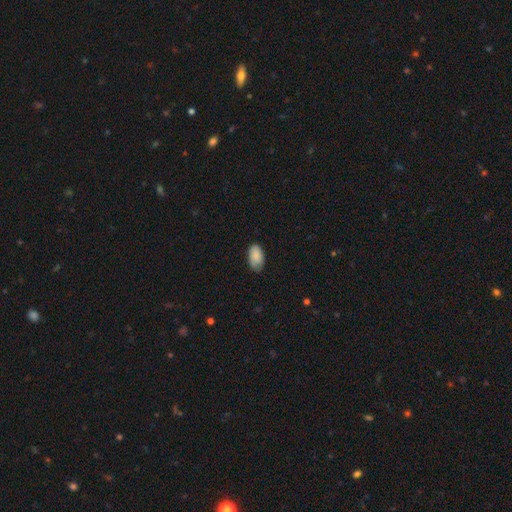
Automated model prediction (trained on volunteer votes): Smooth or featured? smooth (84%)
How rounded? in between (94%)
Merging? none (70%)